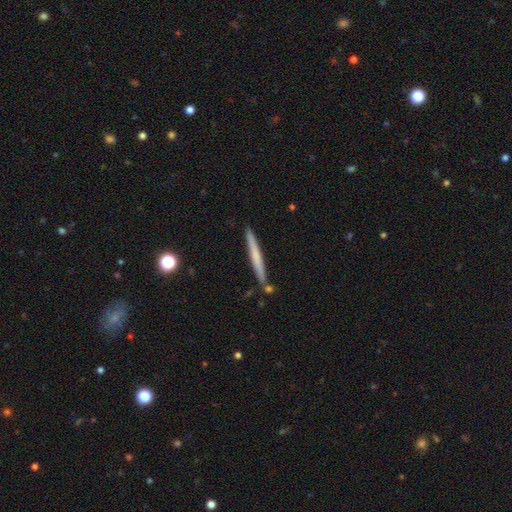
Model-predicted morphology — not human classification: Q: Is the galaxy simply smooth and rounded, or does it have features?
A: smooth — 54%.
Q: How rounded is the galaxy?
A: cigar-shaped — 97%.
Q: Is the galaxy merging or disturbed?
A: none — 84%.